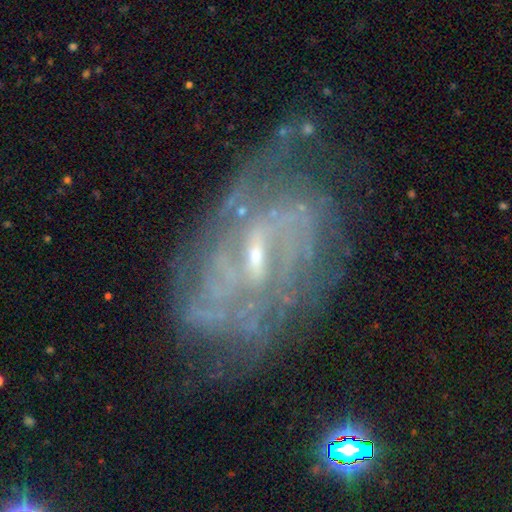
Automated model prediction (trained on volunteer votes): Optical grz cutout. It shows a featured or disk galaxy (82%) with a weak bar (52%), tight (49%) spiral arms (91%) and a small central bulge (72%). Merging: none (64%).